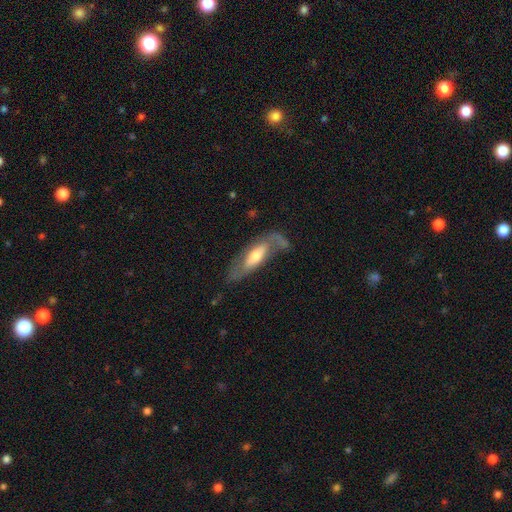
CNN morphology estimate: Smooth or featured: featured or disk — 60% (smooth — 35%)
Edge-on disk: no — 70% (yes — 30%)
Merging: none — 53% (minor disturbance — 24%)